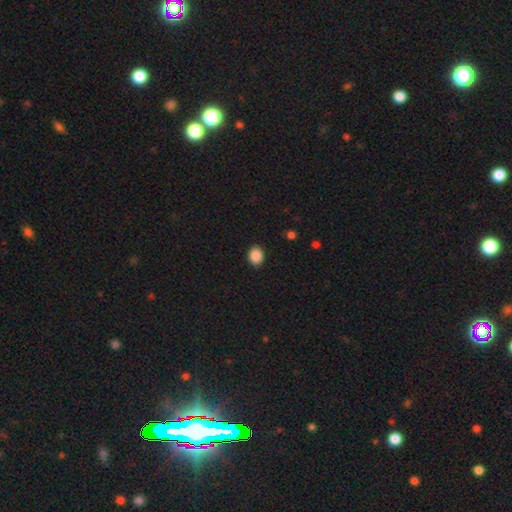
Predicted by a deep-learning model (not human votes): Smooth or featured? smooth (88%)
How rounded? round (50%)
Merging? none (91%)